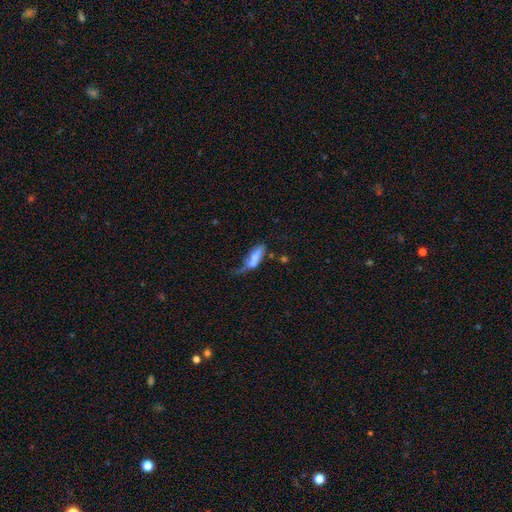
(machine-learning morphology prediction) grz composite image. It shows a smooth galaxy with no disk features (63%) that is in between round and cigar-shaped (58%). Merging: merger (29%).